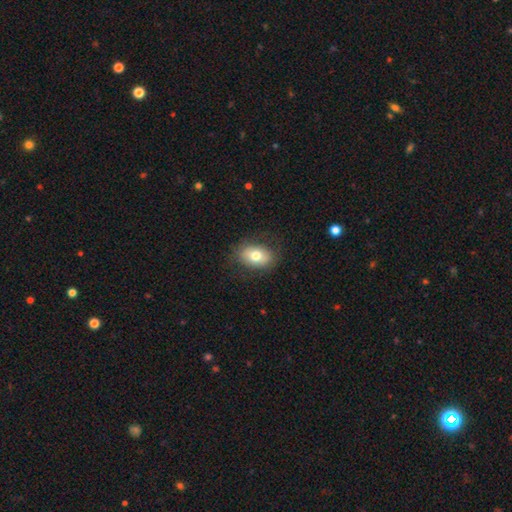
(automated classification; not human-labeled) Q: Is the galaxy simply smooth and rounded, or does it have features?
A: smooth — 73%.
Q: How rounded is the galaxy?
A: in between — 82%.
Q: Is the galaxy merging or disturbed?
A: none — 81%.